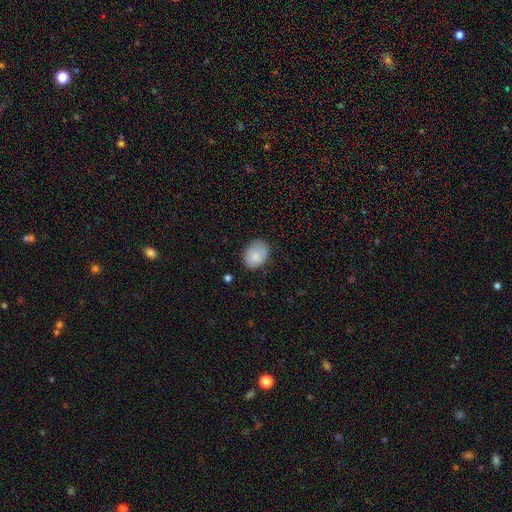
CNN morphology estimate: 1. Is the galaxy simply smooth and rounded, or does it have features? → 85% smooth, 8% featured or disk, 7% star or artifact.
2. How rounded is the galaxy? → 67% in between, 32% round, 1% cigar-shaped.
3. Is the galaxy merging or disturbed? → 72% none, 22% minor disturbance, 5% major disturbance, 1% merger.